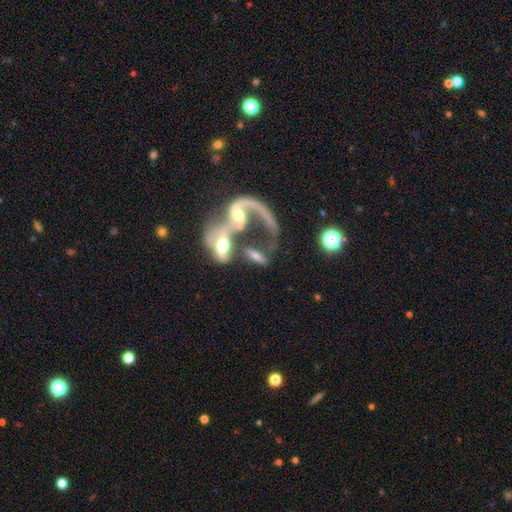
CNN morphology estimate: smooth_or_featured: featured or disk (p=0.54) [alt: smooth p=0.36]
disk_edge_on: no (p=0.87) [alt: yes p=0.13]
merging: merger (p=0.63) [alt: major disturbance p=0.16]